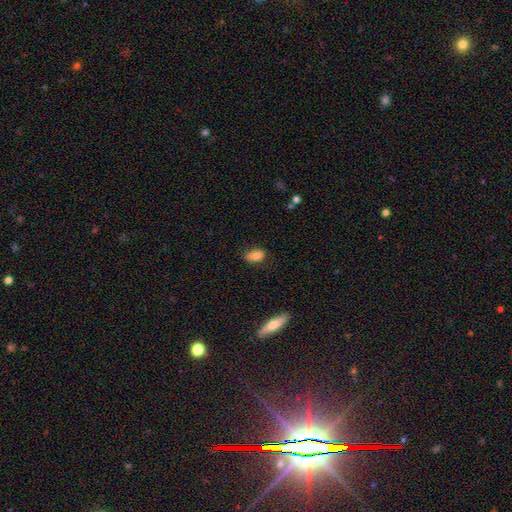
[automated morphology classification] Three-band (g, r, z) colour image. It shows a smooth galaxy with no disk features (78%) that is in between round and cigar-shaped (86%). Merging: none (76%).